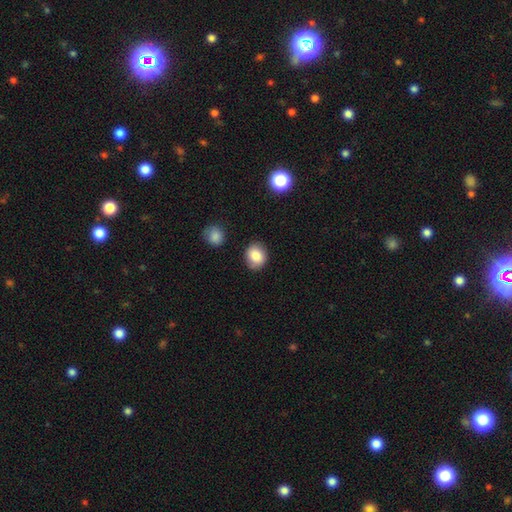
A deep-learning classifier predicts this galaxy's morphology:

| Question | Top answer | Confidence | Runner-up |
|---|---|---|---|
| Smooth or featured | smooth | 84% | star or artifact (9%) |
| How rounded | round | 64% | in between (35%) |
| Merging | none | 82% | minor disturbance (13%) |